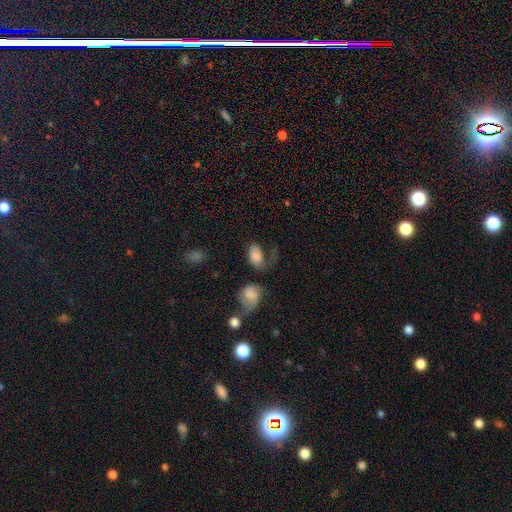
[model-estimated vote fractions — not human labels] A smooth galaxy with no disk features (75%) that is in between round and cigar-shaped (85%). Merging: none (36%).